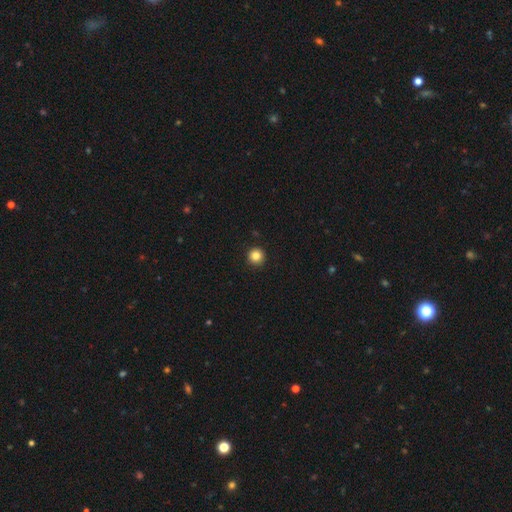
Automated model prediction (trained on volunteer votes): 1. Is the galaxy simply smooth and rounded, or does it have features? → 84% smooth, 11% star or artifact, 5% featured or disk.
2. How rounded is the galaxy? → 96% round, 3% in between, 1% cigar-shaped.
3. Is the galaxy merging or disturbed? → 93% none, 4% minor disturbance, 1% major disturbance, 1% merger.